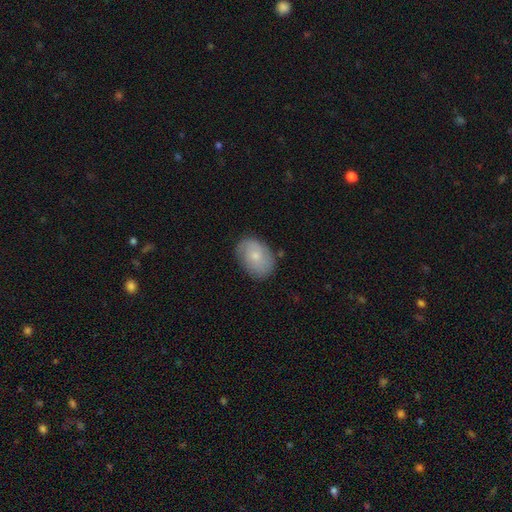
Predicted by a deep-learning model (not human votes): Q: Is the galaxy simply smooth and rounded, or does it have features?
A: smooth — 59%.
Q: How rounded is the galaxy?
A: in between — 78%.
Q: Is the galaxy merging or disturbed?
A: none — 75%.